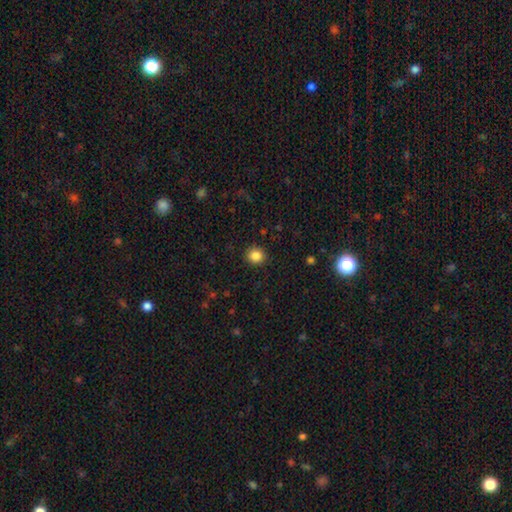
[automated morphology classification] Smooth or featured: smooth — 85% (star or artifact — 11%)
How rounded: round — 83% (in between — 16%)
Merging: none — 91% (minor disturbance — 6%)